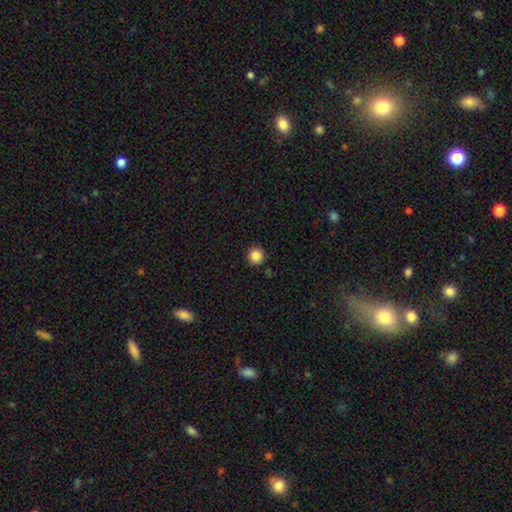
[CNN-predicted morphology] smooth_or_featured: smooth (p=0.86) [alt: star or artifact p=0.11]
how_rounded: round (p=0.96) [alt: in between p=0.03]
merging: none (p=0.92) [alt: minor disturbance p=0.05]